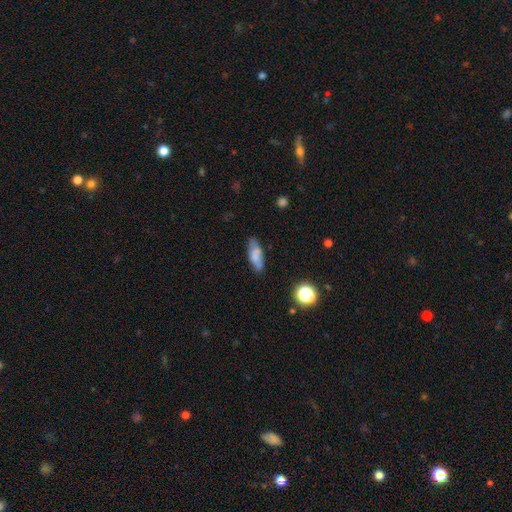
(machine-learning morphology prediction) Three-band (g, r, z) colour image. It shows a smooth galaxy with no disk features (71%) that is in between round and cigar-shaped (67%). Merging: none (71%).